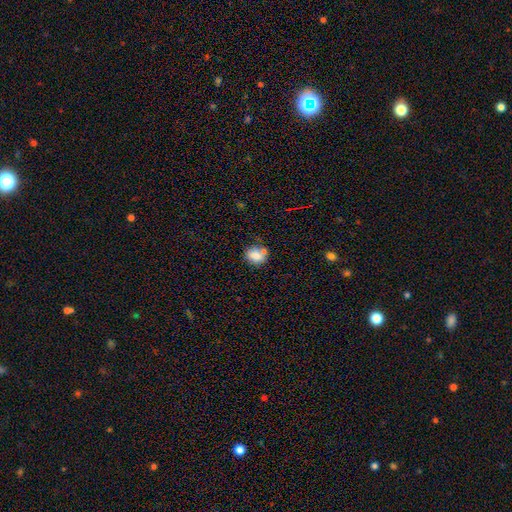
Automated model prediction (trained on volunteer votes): The model was most divided on "how rounded": in between: 50%, round: 48%, cigar-shaped: 2%. More confident: smooth or featured — smooth (79%); merging — none (62%).